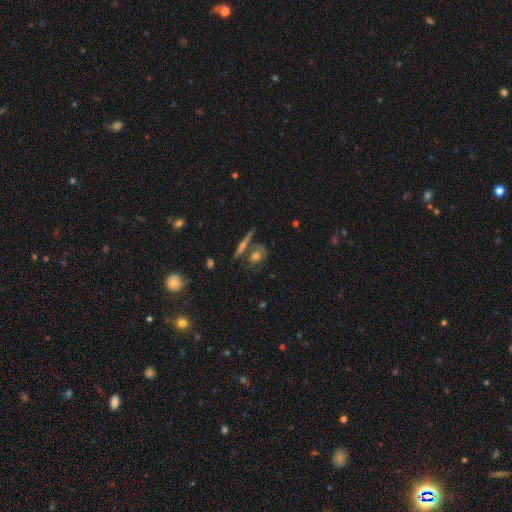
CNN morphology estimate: Q: Smooth or featured?
A: featured or disk (43%); tied with: smooth (43%)
Q: Merging?
A: none (63%); runner-up: merger (18%)